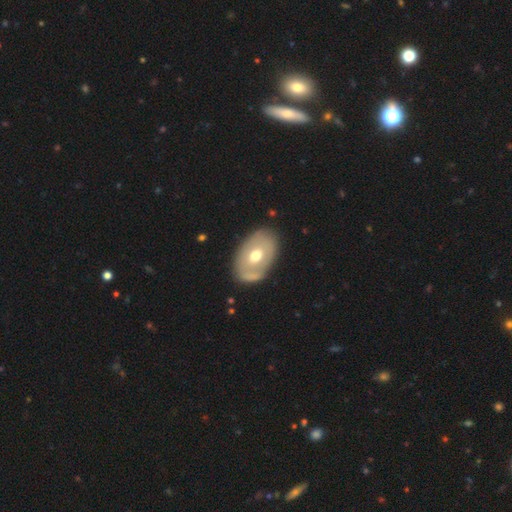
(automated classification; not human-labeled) Morphology: type=smooth (48%); merging=none (76%).